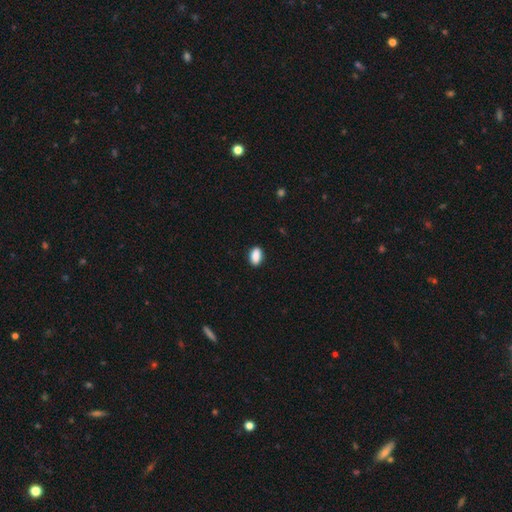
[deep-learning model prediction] Q: Smooth or featured?
A: smooth (89%); runner-up: star or artifact (7%)
Q: How rounded?
A: in between (89%); runner-up: round (8%)
Q: Merging?
A: none (89%); runner-up: minor disturbance (8%)